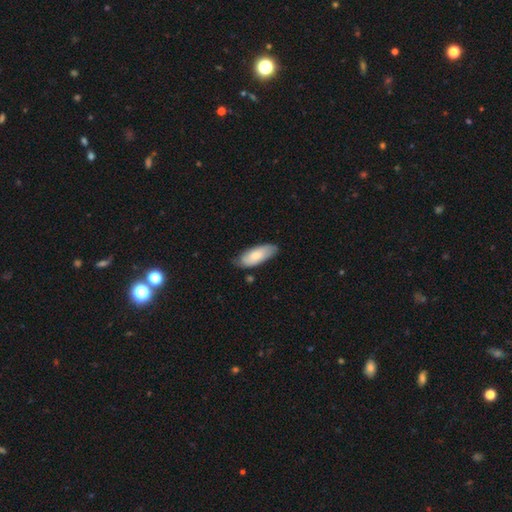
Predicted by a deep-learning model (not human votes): The model was most divided on "merging": none: 72%, minor disturbance: 23%, major disturbance: 3%, merger: 2%. More confident: how rounded — in between (81%); smooth or featured — smooth (74%).